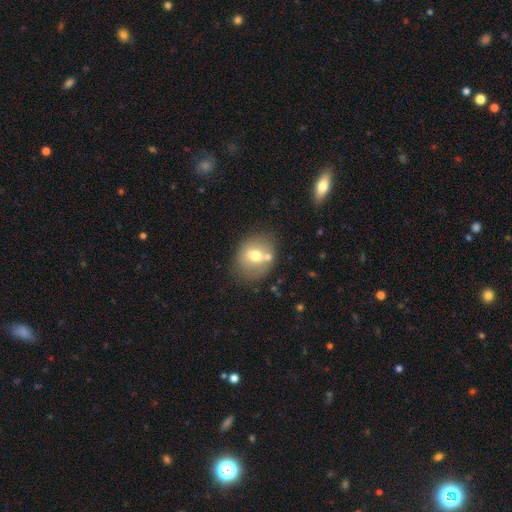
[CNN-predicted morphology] Smooth or featured? Predicted: smooth (p=0.62). How rounded? Predicted: round (p=0.61). Merging? Predicted: none (p=0.67).